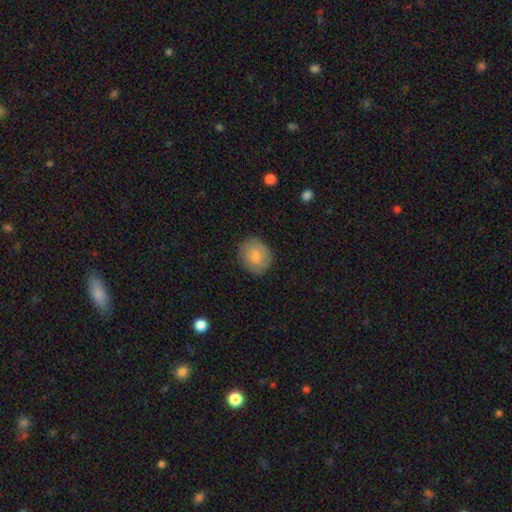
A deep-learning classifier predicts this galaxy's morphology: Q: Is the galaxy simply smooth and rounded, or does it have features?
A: smooth — 77%.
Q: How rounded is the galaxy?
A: round — 67%.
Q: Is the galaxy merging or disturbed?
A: none — 80%.